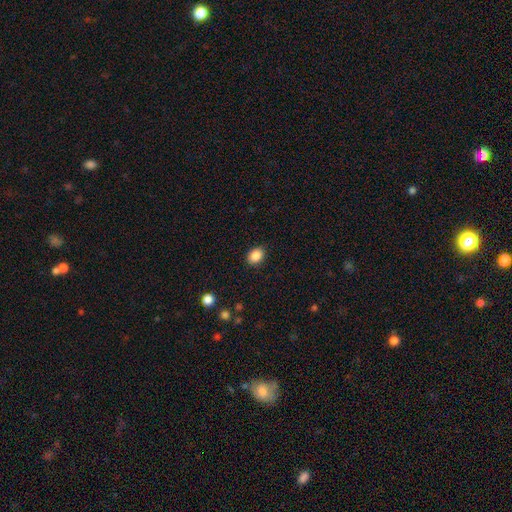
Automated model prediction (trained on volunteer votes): A smooth galaxy with no disk features (88%) that is in between round and cigar-shaped (69%).

Vote fractions:
- Smooth or featured? smooth: 88% / star or artifact: 8% / featured or disk: 3%
- How rounded? in between: 69% / round: 30% / cigar-shaped: 1%
- Merging? none: 89% / minor disturbance: 7% / major disturbance: 2% / merger: 1%